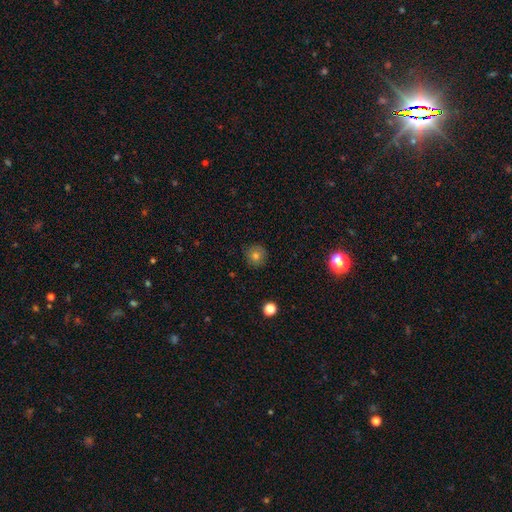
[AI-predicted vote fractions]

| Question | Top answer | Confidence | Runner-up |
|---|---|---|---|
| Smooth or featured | smooth | 76% | star or artifact (14%) |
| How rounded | round | 93% | in between (6%) |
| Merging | none | 88% | minor disturbance (9%) |